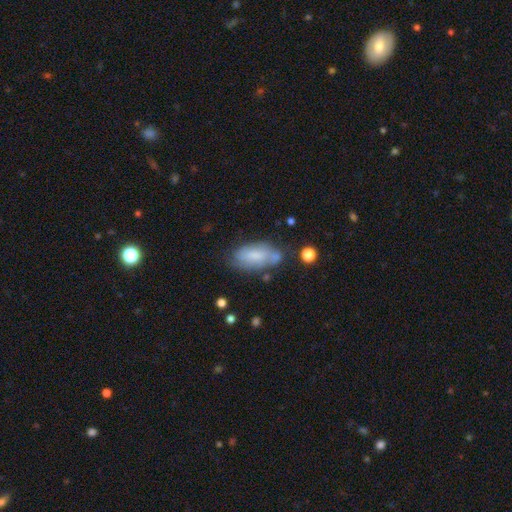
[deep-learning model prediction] A smooth galaxy with no disk features (65%) that is in between round and cigar-shaped (87%).

Vote fractions:
- Smooth or featured? smooth: 65% / featured or disk: 27% / star or artifact: 8%
- How rounded? in between: 87% / cigar-shaped: 10% / round: 3%
- Merging? none: 56% / minor disturbance: 27% / major disturbance: 9% / merger: 9%